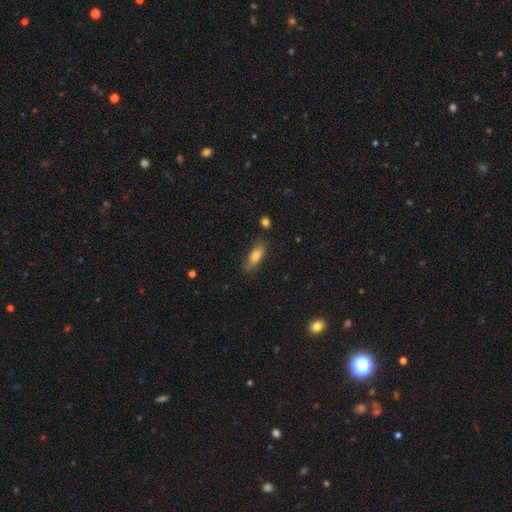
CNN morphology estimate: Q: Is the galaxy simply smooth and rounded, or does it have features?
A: smooth — 78%.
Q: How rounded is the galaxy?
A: in between — 61%.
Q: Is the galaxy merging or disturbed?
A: none — 79%.